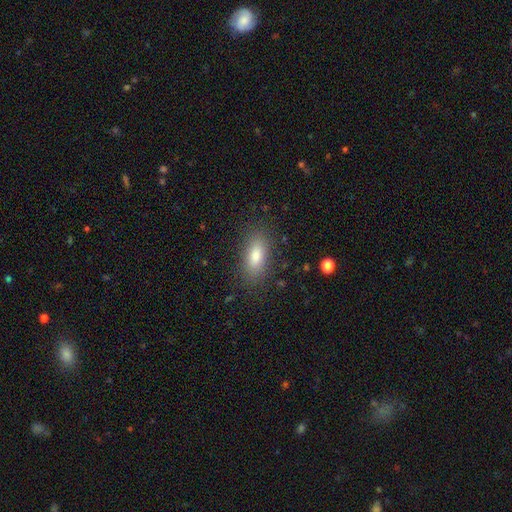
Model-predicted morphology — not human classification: Smooth or featured?
  - smooth: 79% *
  - featured or disk: 12%
  - star or artifact: 9%
How rounded?
  - in between: 79% *
  - cigar-shaped: 17%
  - round: 4%
Merging?
  - none: 85% *
  - minor disturbance: 10%
  - major disturbance: 3%
  - merger: 1%